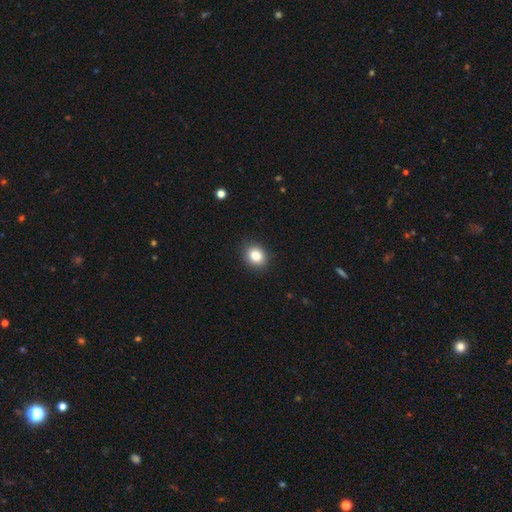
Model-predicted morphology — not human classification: Smooth or featured? smooth (86%)
How rounded? round (54%)
Merging? none (87%)